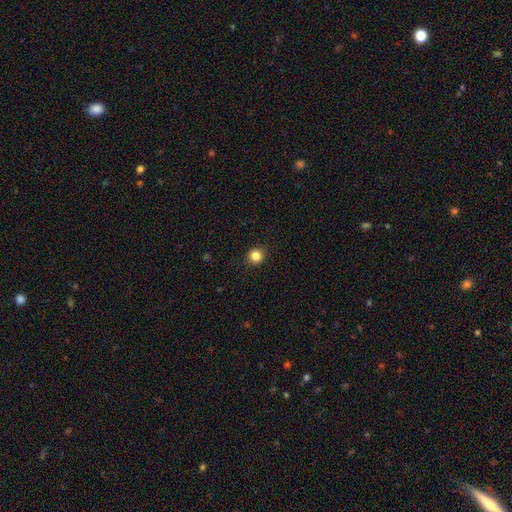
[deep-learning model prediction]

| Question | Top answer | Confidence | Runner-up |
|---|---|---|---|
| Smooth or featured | smooth | 84% | star or artifact (12%) |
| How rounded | round | 93% | in between (6%) |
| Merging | none | 92% | minor disturbance (5%) |